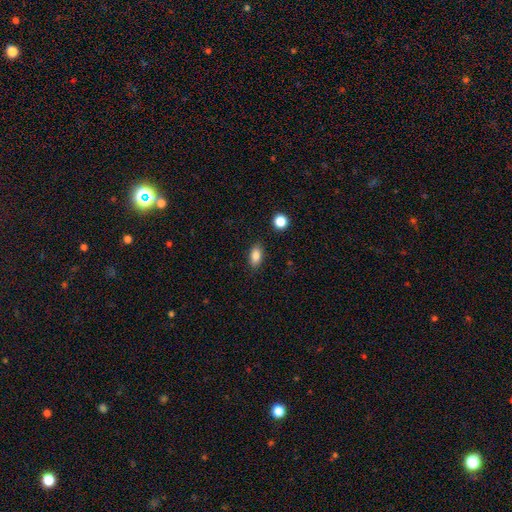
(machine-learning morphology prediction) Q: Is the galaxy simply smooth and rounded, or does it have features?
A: smooth — 85%.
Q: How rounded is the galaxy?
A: in between — 88%.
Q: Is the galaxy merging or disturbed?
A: none — 86%.